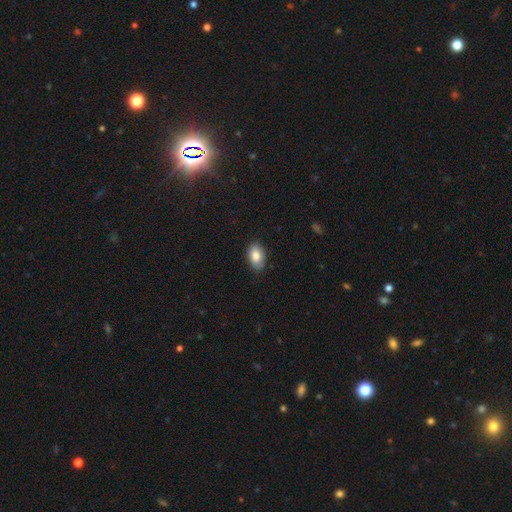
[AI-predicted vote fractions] smooth 83%, featured or disk 10%, star or artifact 7%. Down the decision tree: how rounded — in between (90%); merging — none (82%).